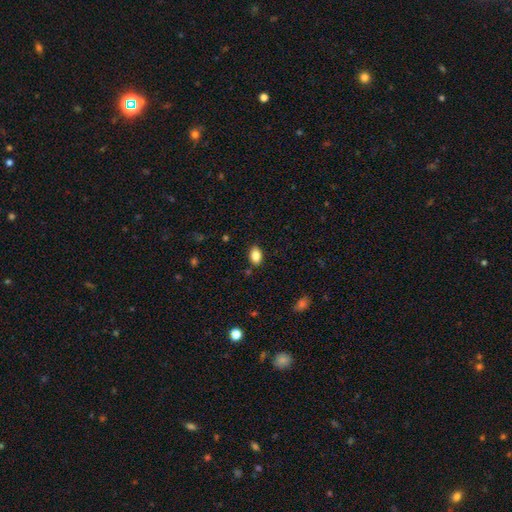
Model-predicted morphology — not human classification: Smooth or featured? Predicted: smooth (p=0.85). How rounded? Predicted: in between (p=0.87). Merging? Predicted: none (p=0.85).